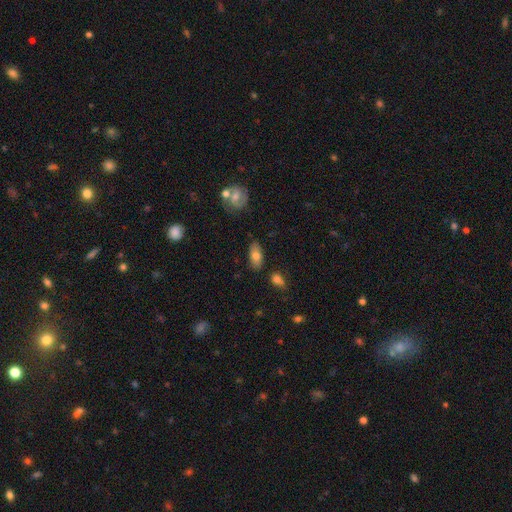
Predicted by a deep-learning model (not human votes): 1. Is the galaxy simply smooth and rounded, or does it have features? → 75% smooth, 18% featured or disk, 8% star or artifact.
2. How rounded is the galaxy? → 89% in between, 8% cigar-shaped, 4% round.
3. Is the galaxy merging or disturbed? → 80% none, 13% minor disturbance, 4% merger, 3% major disturbance.